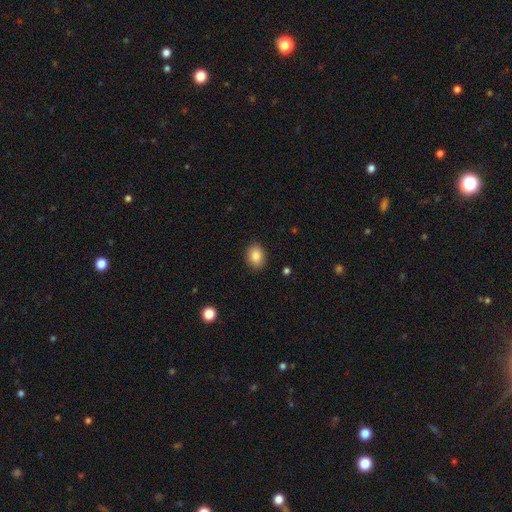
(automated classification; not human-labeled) smooth 87%, star or artifact 8%, featured or disk 5%. Down the decision tree: how rounded — in between (69%); merging — none (88%).